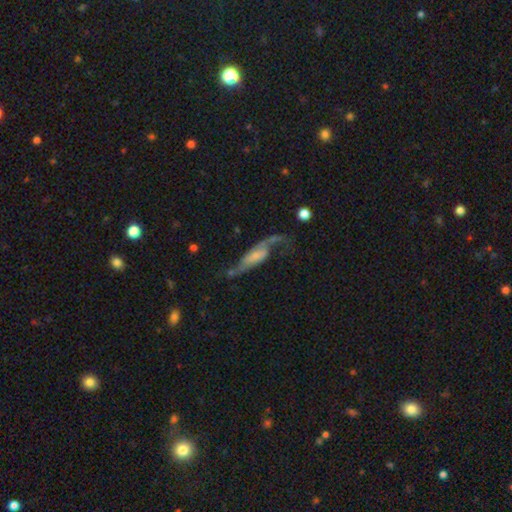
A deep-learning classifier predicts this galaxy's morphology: featured or disk 71%, smooth 22%, star or artifact 7%. Down the decision tree: edge-on disk — no (83%); bar — no (42%); spiral arms — yes (88%); spiral arm count — 2 (84%); spiral winding — loose (75%); bulge size — small (41%); merging — none (43%).